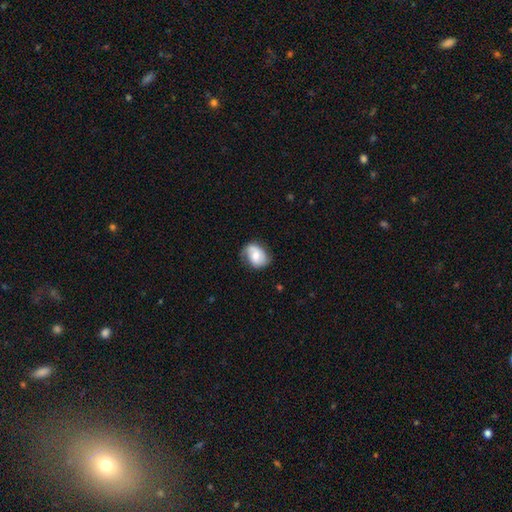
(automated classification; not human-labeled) smooth-or-featured: featured or disk: 49% | smooth: 43% | star or artifact: 7%
  merging: none: 67% | minor disturbance: 24% | major disturbance: 7% | merger: 1%